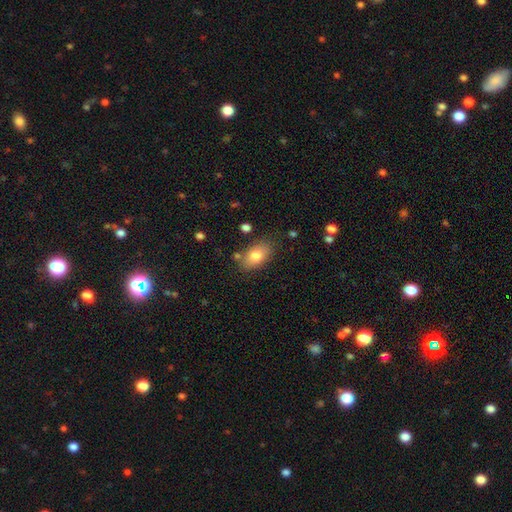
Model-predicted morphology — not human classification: smooth-or-featured: smooth: 80% | featured or disk: 12% | star or artifact: 8%
  how-rounded: in between: 90% | round: 8% | cigar-shaped: 2%
  merging: none: 77% | minor disturbance: 15% | merger: 4% | major disturbance: 4%